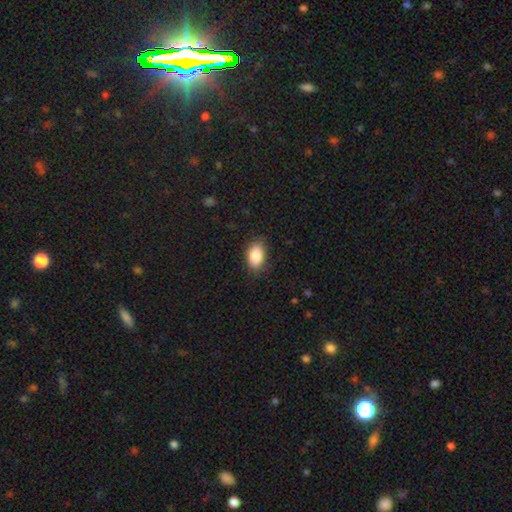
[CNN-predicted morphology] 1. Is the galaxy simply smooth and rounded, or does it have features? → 88% smooth, 7% star or artifact, 5% featured or disk.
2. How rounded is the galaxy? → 91% in between, 7% round, 2% cigar-shaped.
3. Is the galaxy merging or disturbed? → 83% none, 13% minor disturbance, 3% major disturbance, 1% merger.